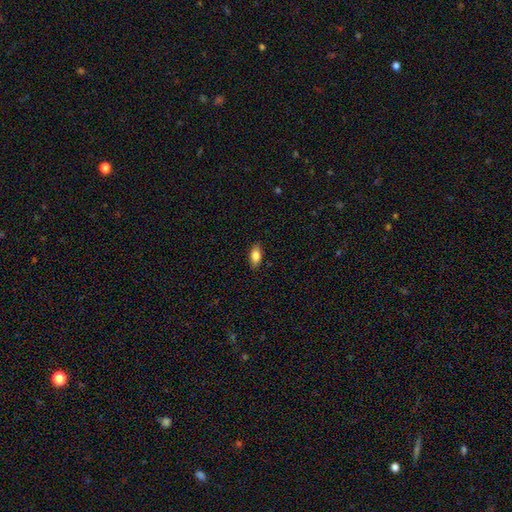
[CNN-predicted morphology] The model was most divided on "smooth or featured": smooth: 82%, featured or disk: 11%, star or artifact: 7%. More confident: how rounded — in between (87%); merging — none (87%).